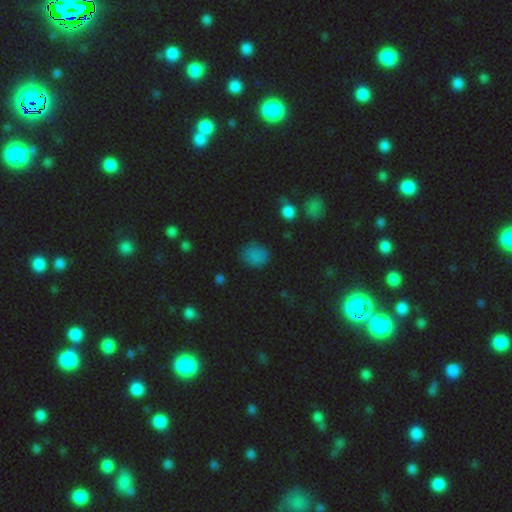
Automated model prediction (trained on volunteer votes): This appears to be a smooth galaxy with no disk features (76%) that is round (67%). Merging: none (78%).